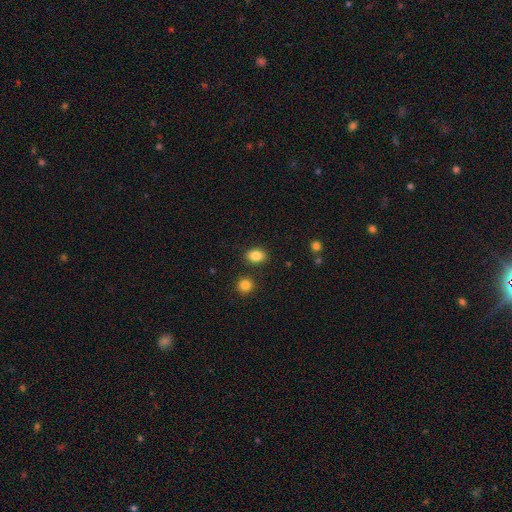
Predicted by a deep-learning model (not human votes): smooth_or_featured: smooth (p=0.86) [alt: star or artifact p=0.09]
how_rounded: in between (p=0.71) [alt: round p=0.28]
merging: none (p=0.85) [alt: minor disturbance p=0.09]